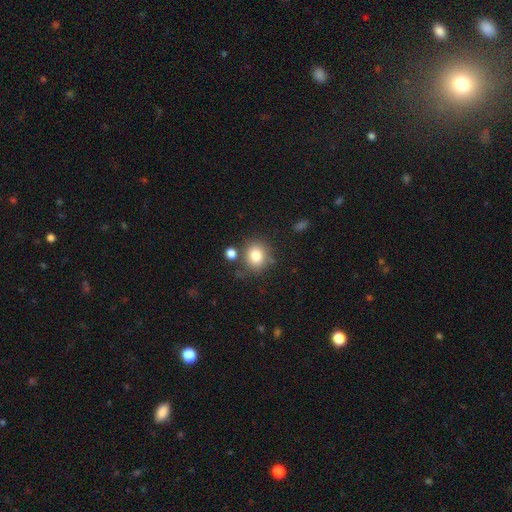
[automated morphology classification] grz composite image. It shows a smooth galaxy with no disk features (80%) that is round (80%). Merging: none (74%).